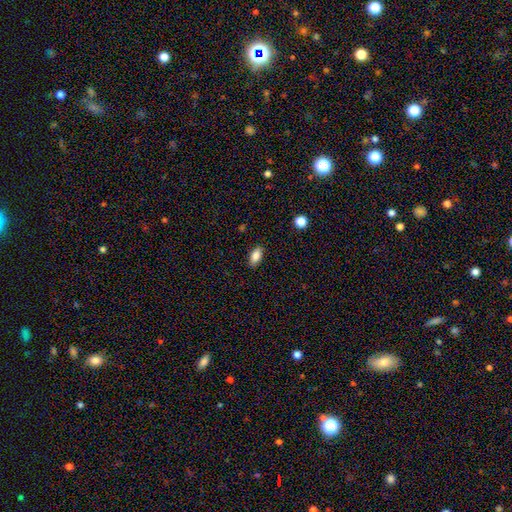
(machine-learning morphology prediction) The model was most divided on "smooth or featured": smooth: 85%, star or artifact: 8%, featured or disk: 7%. More confident: how rounded — in between (89%); merging — none (87%).